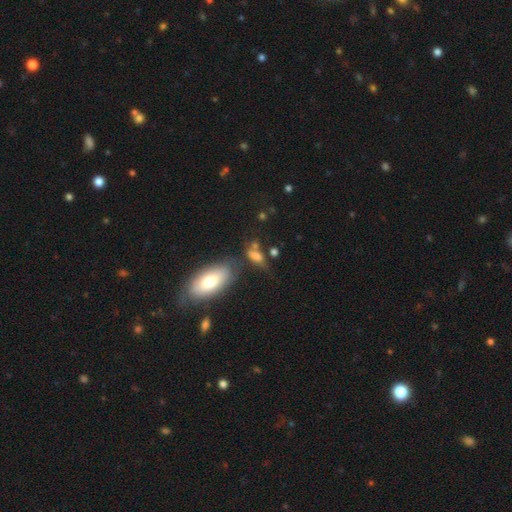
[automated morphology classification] Smooth or featured? smooth (71%)
How rounded? in between (76%)
Merging? none (41%)